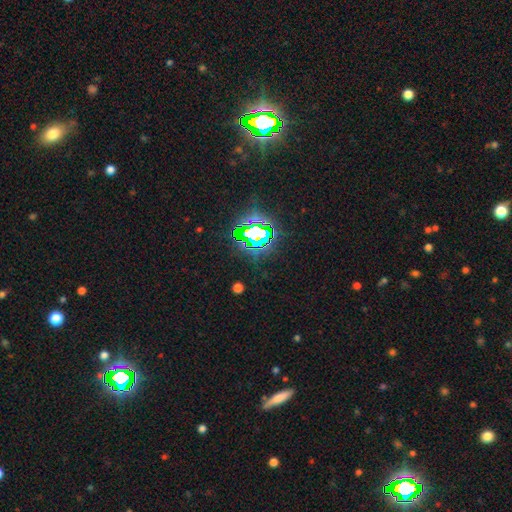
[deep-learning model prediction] This appears to be a star or artifact, not a galaxy (81%).